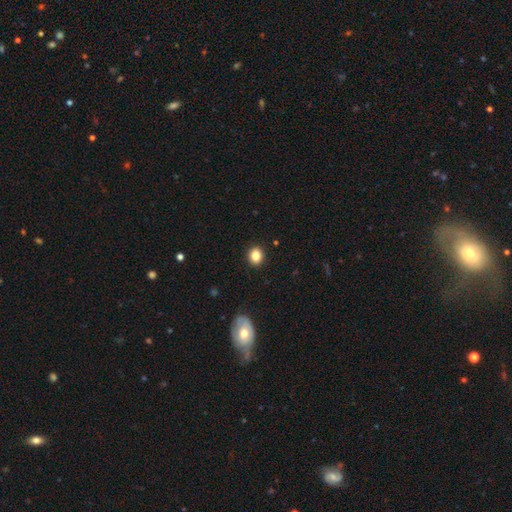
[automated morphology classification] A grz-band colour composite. It shows a smooth galaxy with no disk features (85%) that is round (67%). Merging: none (91%).